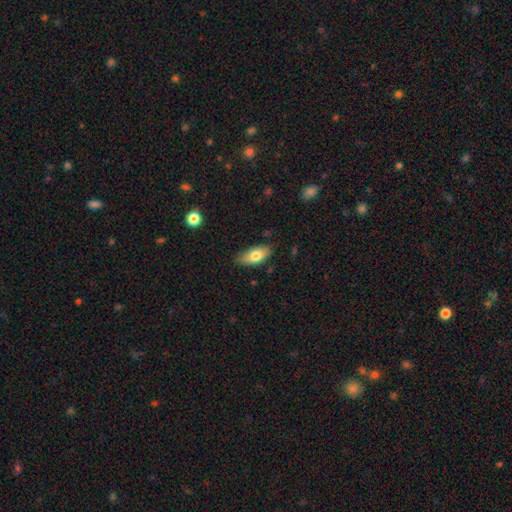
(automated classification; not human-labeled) smooth_or_featured: smooth (p=0.76) [alt: featured or disk p=0.17]
how_rounded: in between (p=0.86) [alt: cigar-shaped p=0.11]
merging: none (p=0.81) [alt: minor disturbance p=0.15]